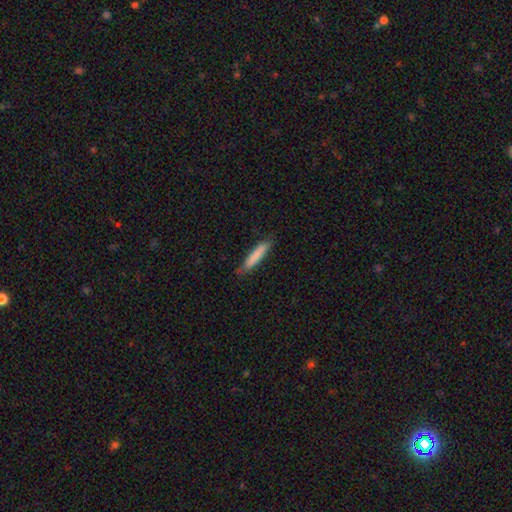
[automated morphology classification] Overall: smooth (82%). How rounded: cigar-shaped (89%). Merging: none (82%).